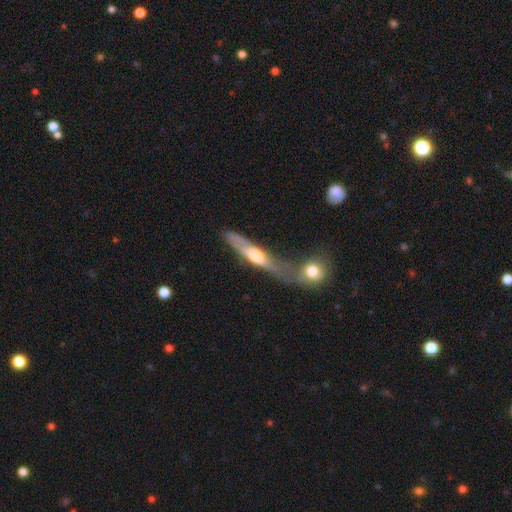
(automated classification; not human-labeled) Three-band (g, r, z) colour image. It shows a featured or disk galaxy (56%) viewed edge-on (70%). Merging: merger (41%).